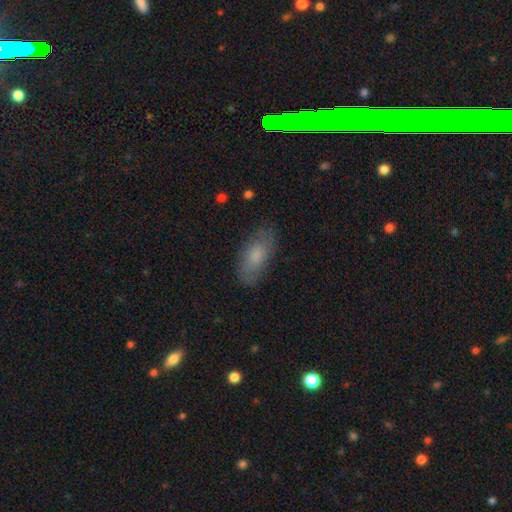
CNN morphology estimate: smooth 70%, featured or disk 23%, star or artifact 7%. Down the decision tree: how rounded — in between (86%); merging — none (78%).